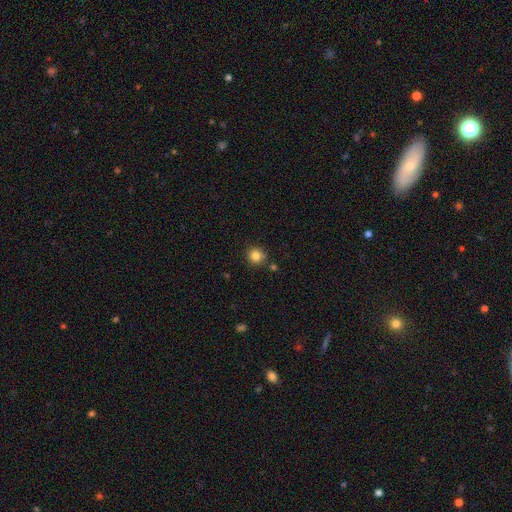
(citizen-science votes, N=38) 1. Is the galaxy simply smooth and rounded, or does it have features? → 84% smooth, 11% star or artifact, 5% featured or disk.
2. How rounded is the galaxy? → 100% round, 0% in between, 0% cigar-shaped.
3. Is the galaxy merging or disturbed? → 91% none, 9% minor disturbance, 0% major disturbance, 0% merger.